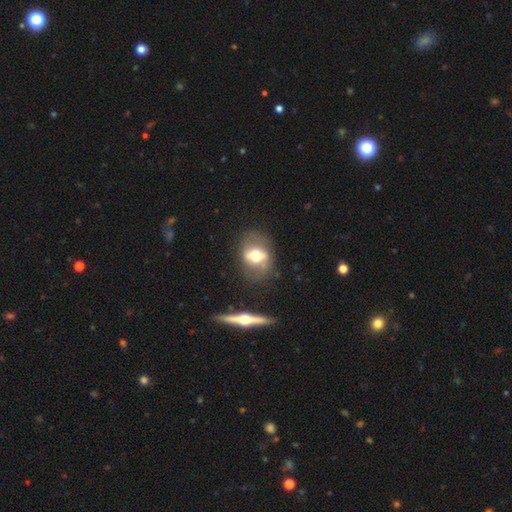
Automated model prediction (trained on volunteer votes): smooth-or-featured: featured or disk: 50% | smooth: 41% | star or artifact: 9%
  merging: none: 69% | minor disturbance: 18% | major disturbance: 9% | merger: 5%